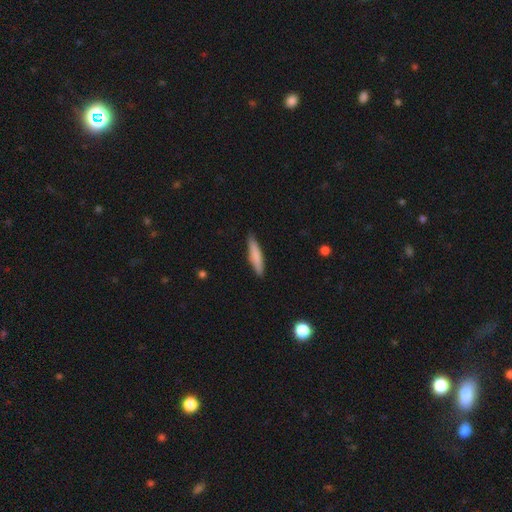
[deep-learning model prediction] Smooth or featured?
  - smooth: 76% *
  - featured or disk: 18%
  - star or artifact: 6%
How rounded?
  - cigar-shaped: 88% *
  - in between: 11%
  - round: 1%
Merging?
  - none: 88% *
  - minor disturbance: 9%
  - major disturbance: 2%
  - merger: 1%